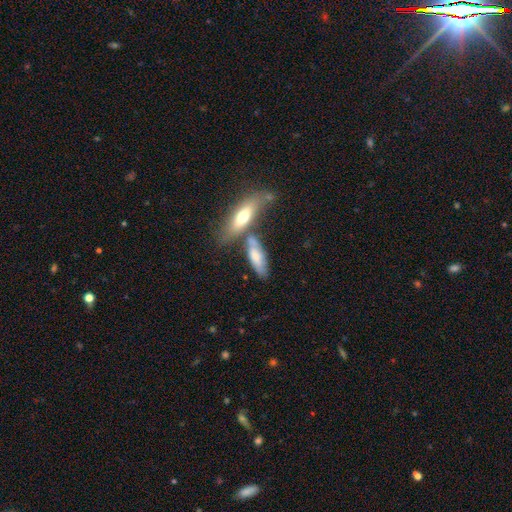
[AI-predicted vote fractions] Smooth or featured: smooth — 67% (featured or disk — 27%)
How rounded: in between — 55% (cigar-shaped — 42%)
Merging: none — 45% (merger — 34%)